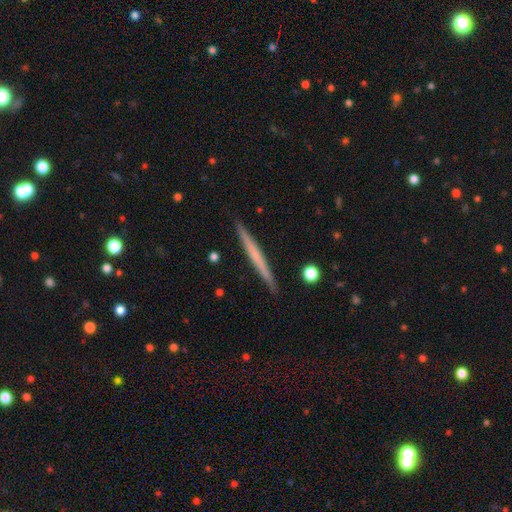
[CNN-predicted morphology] Smooth or featured? smooth (49%)
Merging? none (92%)